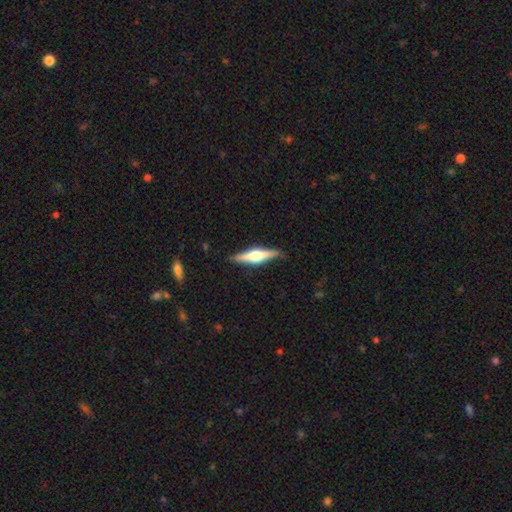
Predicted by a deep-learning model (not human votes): smooth-or-featured: featured or disk: 69% | smooth: 26% | star or artifact: 5%
  disk-edge-on: yes: 97% | no: 3%
    edge-on-bulge: rounded: 90% | boxy: 7% | none: 2%
  merging: none: 87% | minor disturbance: 9% | major disturbance: 2% | merger: 1%